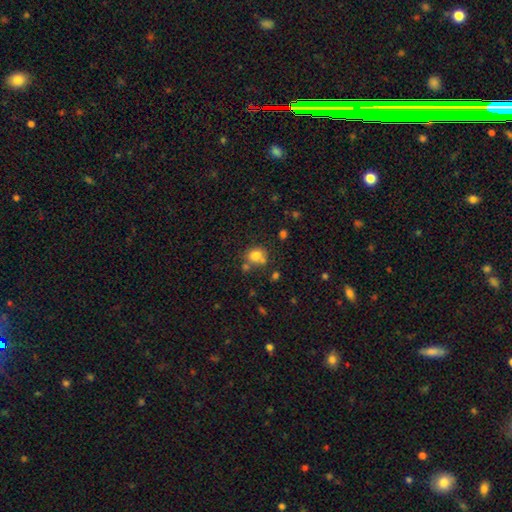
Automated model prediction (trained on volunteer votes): smooth-or-featured: smooth: 77% | star or artifact: 12% | featured or disk: 11%
  how-rounded: round: 64% | in between: 35% | cigar-shaped: 1%
  merging: none: 51% | merger: 25% | minor disturbance: 17% | major disturbance: 7%